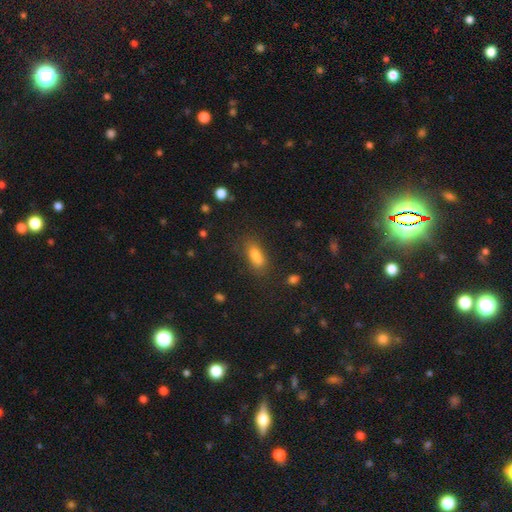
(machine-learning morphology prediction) Q: Smooth or featured?
A: smooth (73%); runner-up: star or artifact (15%)
Q: How rounded?
A: in between (70%); runner-up: cigar-shaped (24%)
Q: Merging?
A: none (72%); runner-up: minor disturbance (15%)